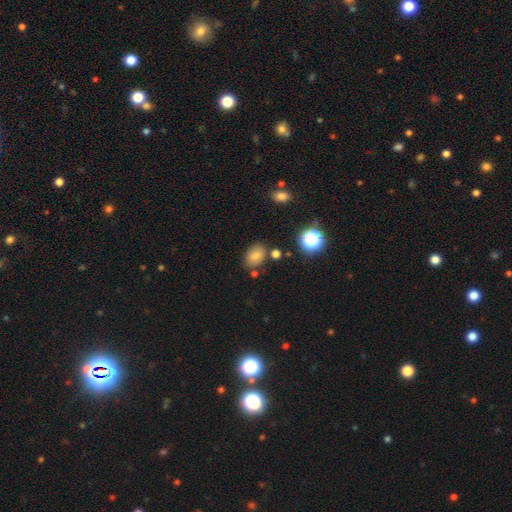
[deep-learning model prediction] Q: Smooth or featured?
A: smooth (75%); runner-up: star or artifact (15%)
Q: How rounded?
A: in between (72%); runner-up: round (27%)
Q: Merging?
A: none (75%); runner-up: minor disturbance (14%)